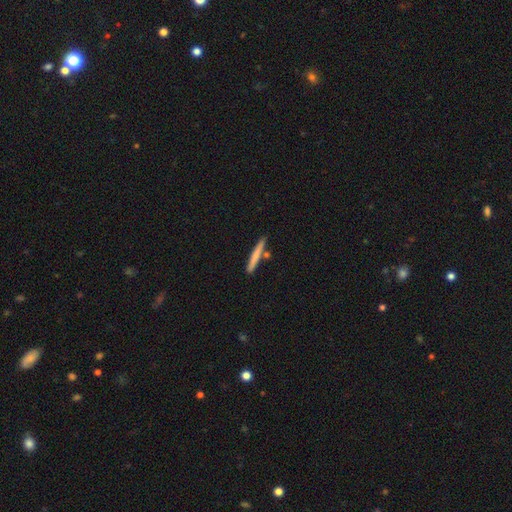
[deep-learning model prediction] Overall: smooth (70%). How rounded: cigar-shaped (95%). Merging: none (80%).